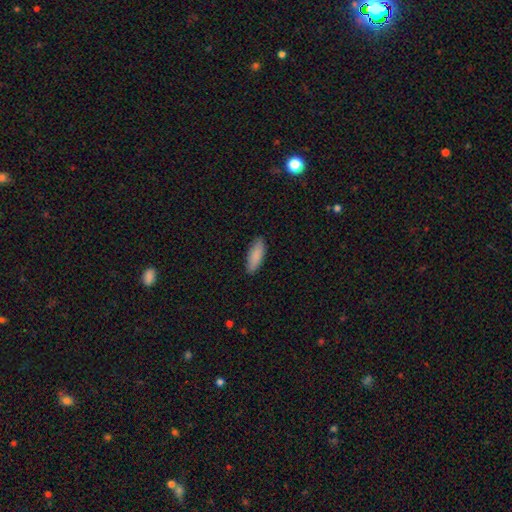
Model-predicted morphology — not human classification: This is clearly a smooth galaxy (88%). How rounded: likely in between (70%). Merging: clearly none (86%).